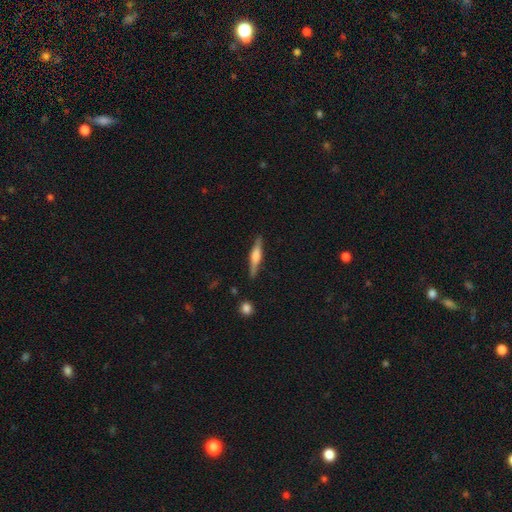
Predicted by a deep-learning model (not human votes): Morphology: type=featured or disk (60%); edge-on=yes (97%); edge-on bulge=rounded (65%); merging=none (86%).